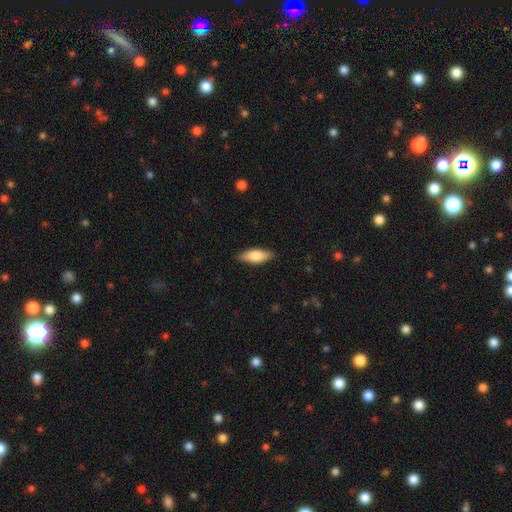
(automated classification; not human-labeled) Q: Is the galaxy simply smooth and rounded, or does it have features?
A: smooth — 75%.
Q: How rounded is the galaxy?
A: in between — 69%.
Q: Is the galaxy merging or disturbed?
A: none — 87%.